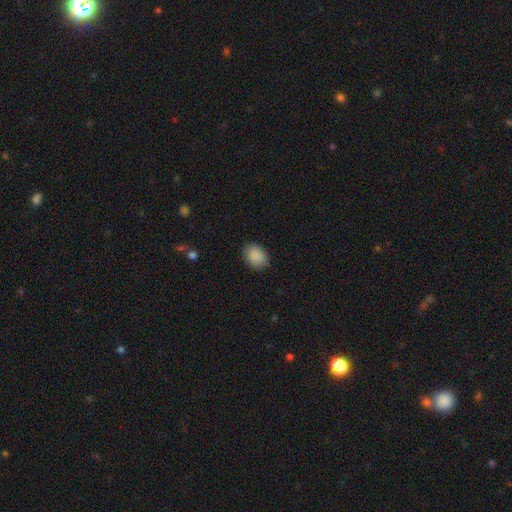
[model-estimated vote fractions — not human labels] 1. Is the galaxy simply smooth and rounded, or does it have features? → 89% smooth, 7% star or artifact, 4% featured or disk.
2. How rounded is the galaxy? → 65% in between, 34% round, 1% cigar-shaped.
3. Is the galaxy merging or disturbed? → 84% none, 12% minor disturbance, 3% major disturbance, 1% merger.